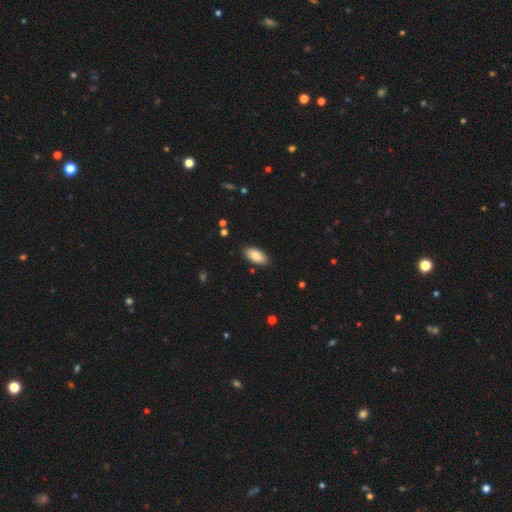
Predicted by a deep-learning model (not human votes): Smooth or featured? Predicted: smooth (p=0.84). How rounded? Predicted: in between (p=0.93). Merging? Predicted: none (p=0.87).